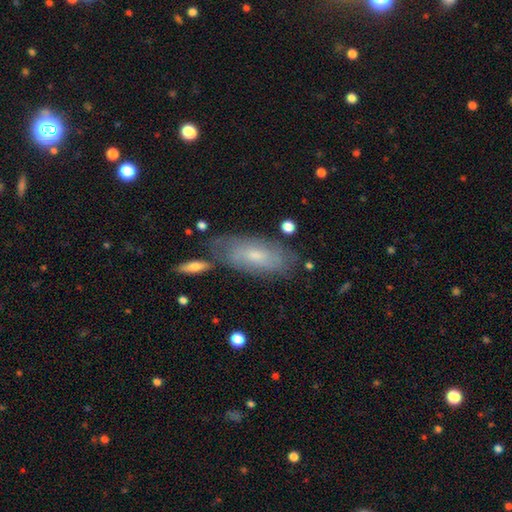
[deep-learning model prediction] A smooth galaxy with no disk features (54%) that is in between round and cigar-shaped (83%).

Vote fractions:
- Smooth or featured? smooth: 54% / featured or disk: 39% / star or artifact: 7%
- How rounded? in between: 83% / cigar-shaped: 15% / round: 2%
- Merging? none: 68% / minor disturbance: 19% / merger: 8% / major disturbance: 5%